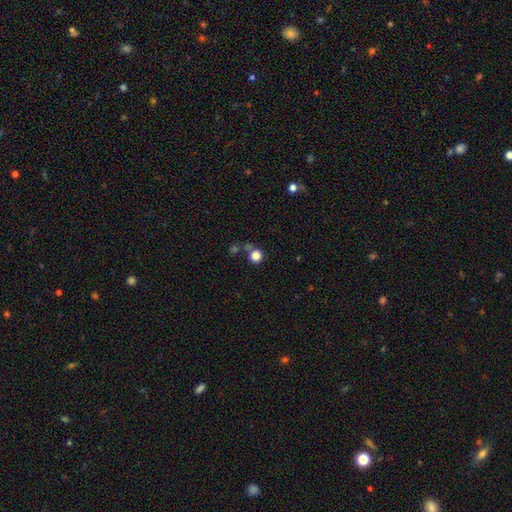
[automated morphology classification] smooth-or-featured: smooth: 82% | star or artifact: 12% | featured or disk: 6%
  how-rounded: round: 92% | in between: 7% | cigar-shaped: 1%
  merging: none: 60% | merger: 22% | minor disturbance: 11% | major disturbance: 7%